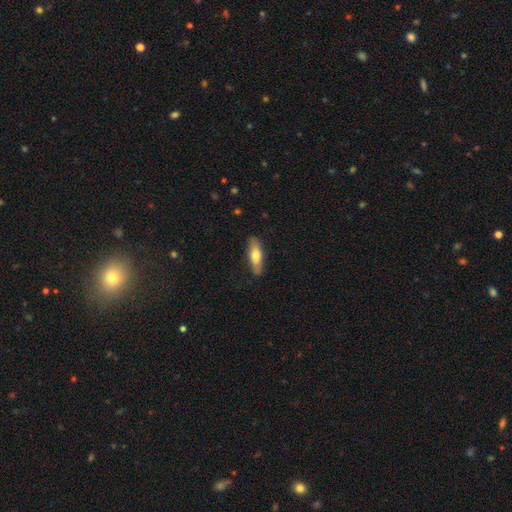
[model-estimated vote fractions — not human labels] This appears to be a smooth galaxy with no disk features (64%) that is cigar-shaped (51%). Merging: none (84%).